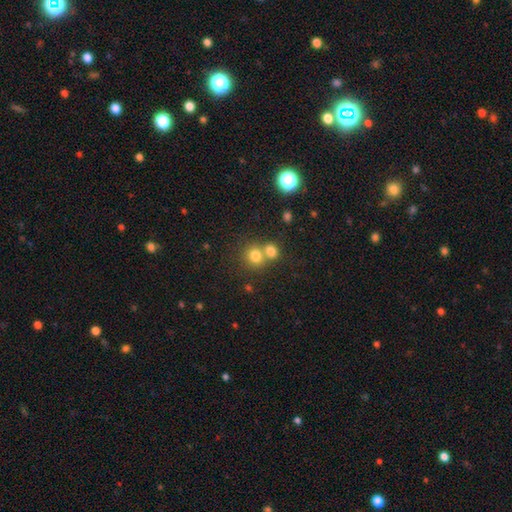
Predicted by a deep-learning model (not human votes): Smooth or featured? smooth (77%)
How rounded? round (78%)
Merging? merger (47%)